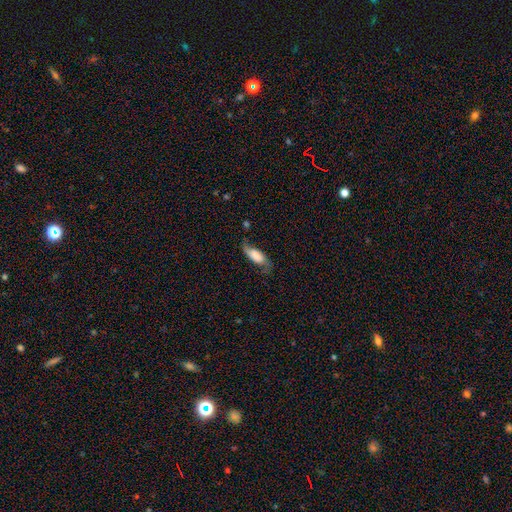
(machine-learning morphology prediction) Smooth or featured?
  - smooth: 50% *
  - featured or disk: 42%
  - star or artifact: 8%
Merging?
  - none: 55% *
  - minor disturbance: 28%
  - major disturbance: 14%
  - merger: 3%